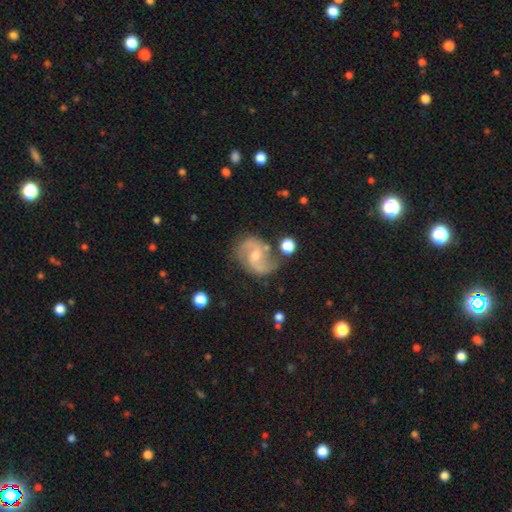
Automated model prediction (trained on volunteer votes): featured or disk 87%, smooth 8%, star or artifact 6%. Down the decision tree: edge-on disk — no (98%); bar — weak (48%); spiral arms — yes (97%); spiral arm count — 2 (92%); spiral winding — medium (53%); bulge size — moderate (48%); merging — none (71%).